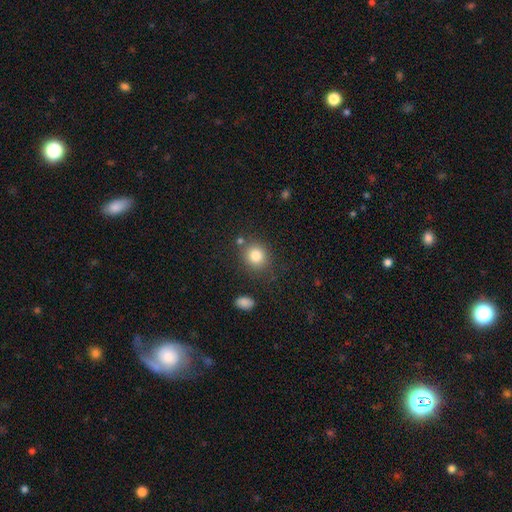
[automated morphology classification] The model was most divided on "how rounded": round: 78%, in between: 21%, cigar-shaped: 1%. More confident: smooth or featured — smooth (82%); merging — none (78%).